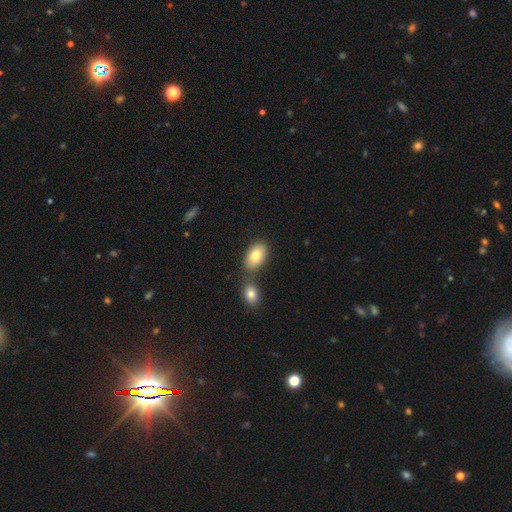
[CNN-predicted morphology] This is clearly a smooth galaxy (81%). How rounded: clearly in between (92%). Merging: likely none (60%).